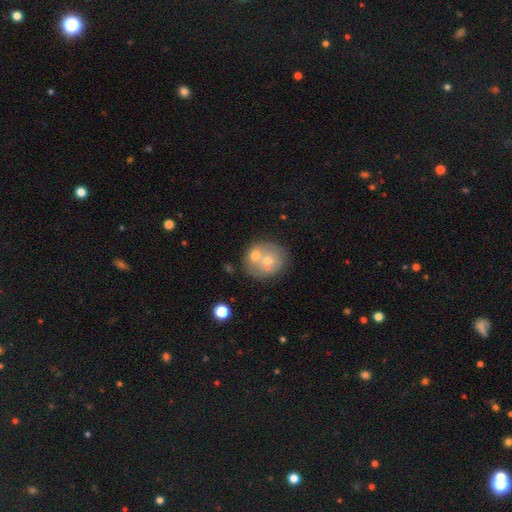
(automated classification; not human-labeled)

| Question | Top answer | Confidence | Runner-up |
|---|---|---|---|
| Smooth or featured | smooth | 45% | featured or disk (39%) |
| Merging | none | 56% | merger (31%) |